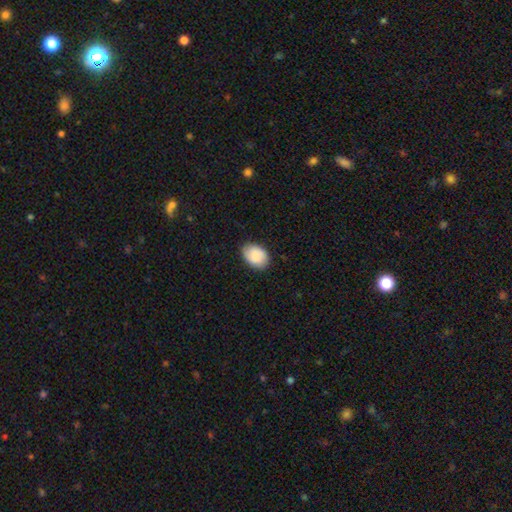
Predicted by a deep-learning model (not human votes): Q: Smooth or featured?
A: smooth (82%); runner-up: featured or disk (11%)
Q: How rounded?
A: in between (78%); runner-up: round (21%)
Q: Merging?
A: none (81%); runner-up: minor disturbance (15%)